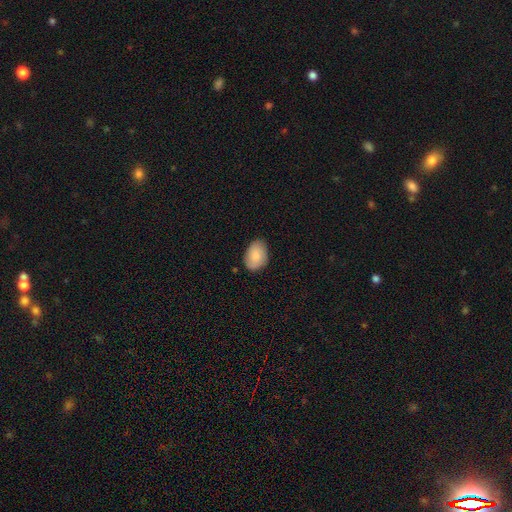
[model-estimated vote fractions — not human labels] Smooth or featured?
  - smooth: 81% *
  - featured or disk: 12%
  - star or artifact: 6%
How rounded?
  - in between: 83% *
  - round: 16%
  - cigar-shaped: 1%
Merging?
  - none: 79% *
  - minor disturbance: 17%
  - major disturbance: 3%
  - merger: 1%